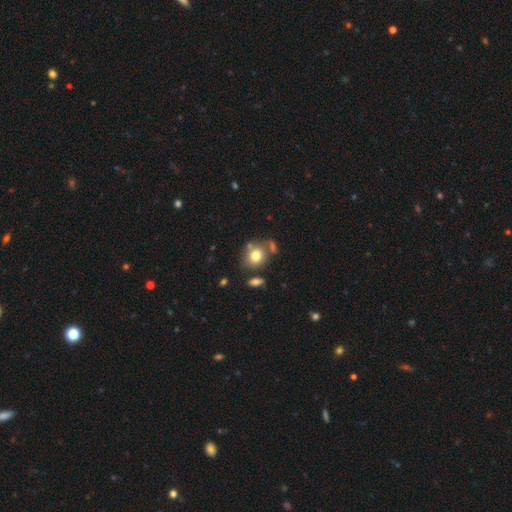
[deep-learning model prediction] A smooth galaxy with no disk features (77%) that is round (69%).

Vote fractions:
- Smooth or featured? smooth: 77% / featured or disk: 13% / star or artifact: 10%
- How rounded? round: 69% / in between: 30% / cigar-shaped: 1%
- Merging? none: 61% / merger: 18% / minor disturbance: 15% / major disturbance: 6%